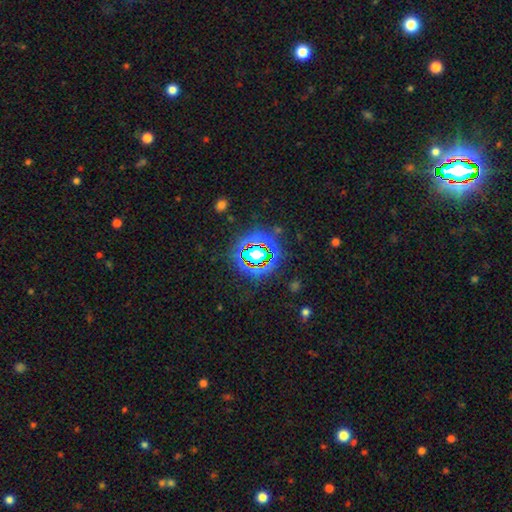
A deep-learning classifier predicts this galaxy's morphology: This is clearly a star or artifact rather than a galaxy (82%).